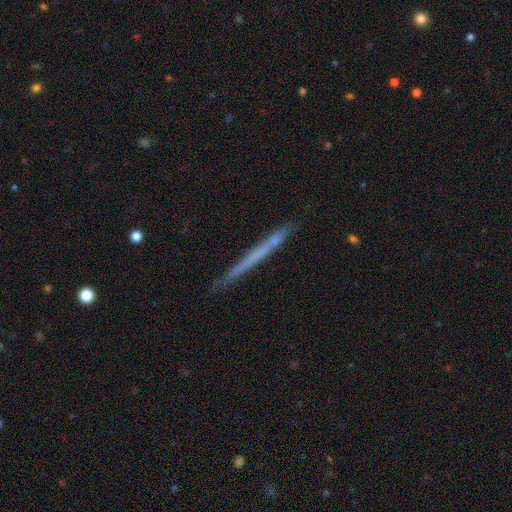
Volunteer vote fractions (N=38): Smooth or featured?
  - featured or disk: 58% *
  - smooth: 42%
  - star or artifact: 0%
Edge-on disk?
  - yes: 100% *
  - no: 0%
Edge-on bulge?
  - none: 95% *
  - rounded: 5%
  - boxy: 0%
Merging?
  - none: 76% *
  - minor disturbance: 16%
  - major disturbance: 5%
  - merger: 3%